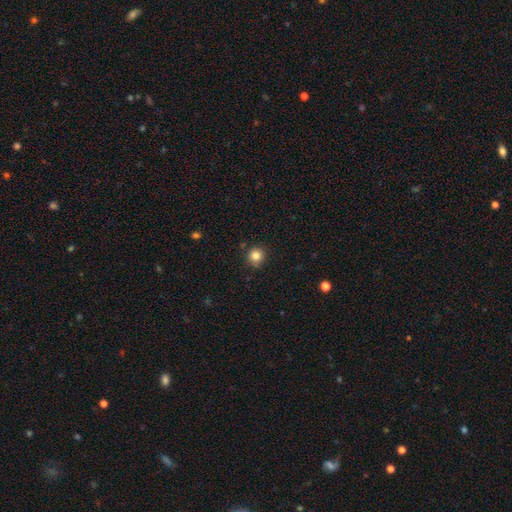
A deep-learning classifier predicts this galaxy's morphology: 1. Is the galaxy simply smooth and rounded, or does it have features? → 84% smooth, 11% star or artifact, 5% featured or disk.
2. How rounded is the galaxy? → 93% round, 6% in between, 1% cigar-shaped.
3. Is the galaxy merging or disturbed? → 87% none, 9% minor disturbance, 2% merger, 2% major disturbance.